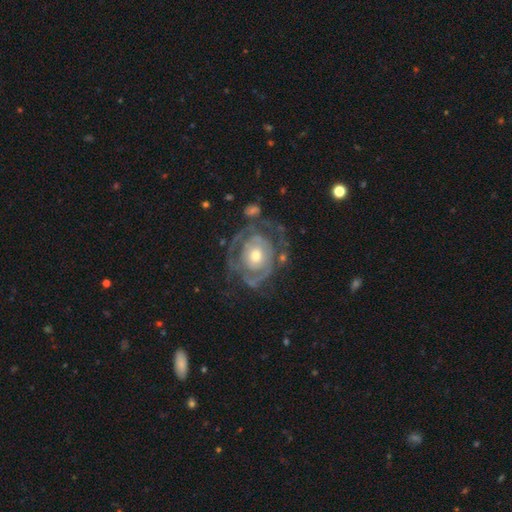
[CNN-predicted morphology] This is clearly a featured or disk galaxy (81%). It is clearly not viewed edge-on (97%). Bar: clearly no (81%). Spiral arm pattern: likely yes (72%). Spiral arm count: marginally can't tell (40%). Spiral winding: likely tight (64%). Central bulge: likely moderate (64%). Merging: possibly none (55%).